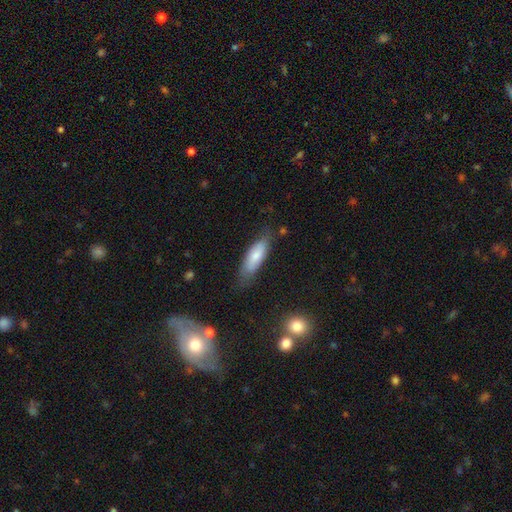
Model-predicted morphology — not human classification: smooth 71%, featured or disk 23%, star or artifact 6%. Down the decision tree: how rounded — in between (59%); merging — none (69%).